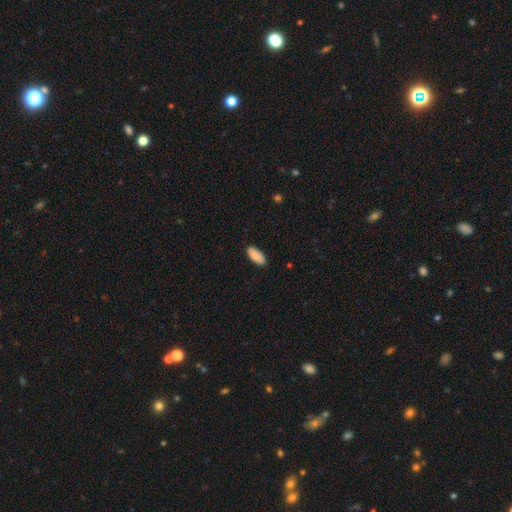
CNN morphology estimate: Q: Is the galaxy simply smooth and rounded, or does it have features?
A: smooth — 87%.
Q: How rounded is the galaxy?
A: in between — 86%.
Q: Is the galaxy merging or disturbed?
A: none — 88%.